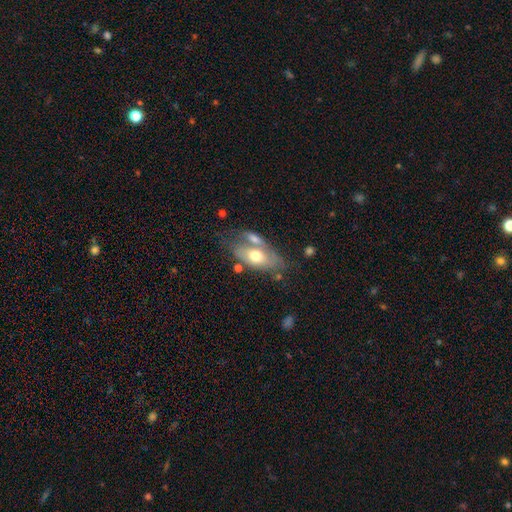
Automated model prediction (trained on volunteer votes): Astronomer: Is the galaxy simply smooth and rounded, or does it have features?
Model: smooth — 54% (runner-up: featured or disk, 39%).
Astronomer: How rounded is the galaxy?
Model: in between — 86%.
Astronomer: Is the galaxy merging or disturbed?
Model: none — 41% (runner-up: merger, 32%).